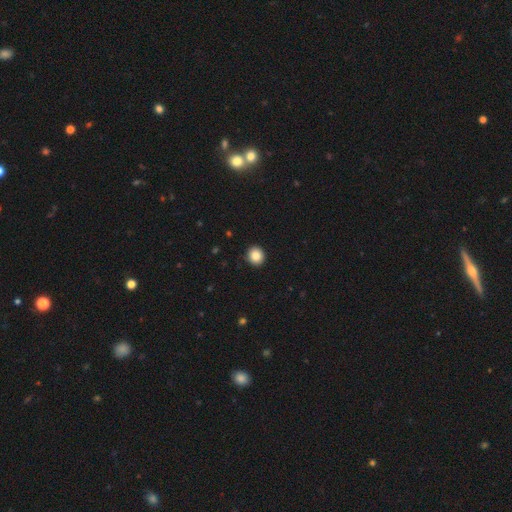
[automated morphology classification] smooth_or_featured: smooth (p=0.87) [alt: star or artifact p=0.09]
how_rounded: round (p=0.85) [alt: in between p=0.14]
merging: none (p=0.92) [alt: minor disturbance p=0.05]